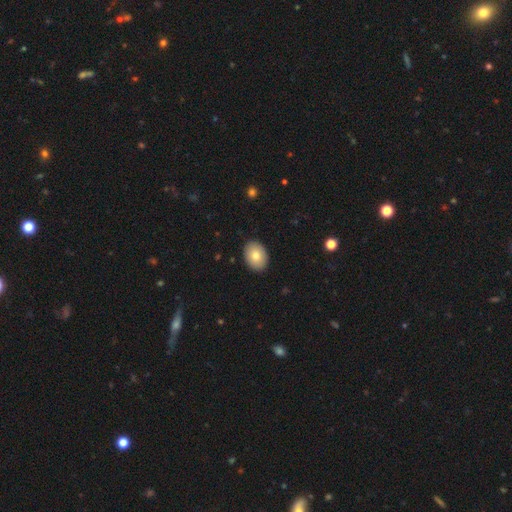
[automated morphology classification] smooth-or-featured: smooth: 81% | featured or disk: 13% | star or artifact: 7%
  how-rounded: in between: 76% | round: 23% | cigar-shaped: 1%
  merging: none: 90% | minor disturbance: 8% | major disturbance: 2% | merger: 1%